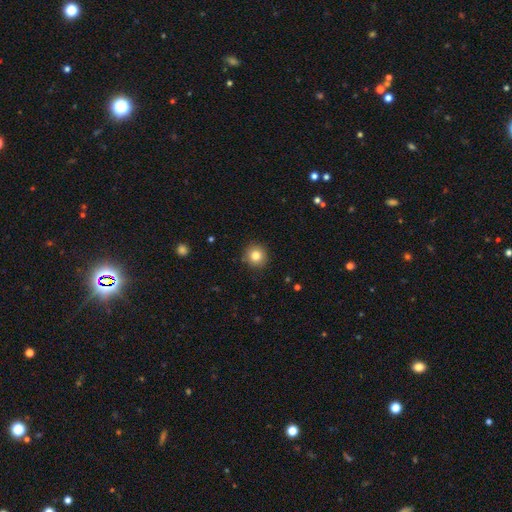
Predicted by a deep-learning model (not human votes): A smooth galaxy with no disk features (82%) that is round (94%).

Vote fractions:
- Smooth or featured? smooth: 82% / star or artifact: 11% / featured or disk: 8%
- How rounded? round: 94% / in between: 5% / cigar-shaped: 1%
- Merging? none: 91% / minor disturbance: 6% / major disturbance: 2% / merger: 1%